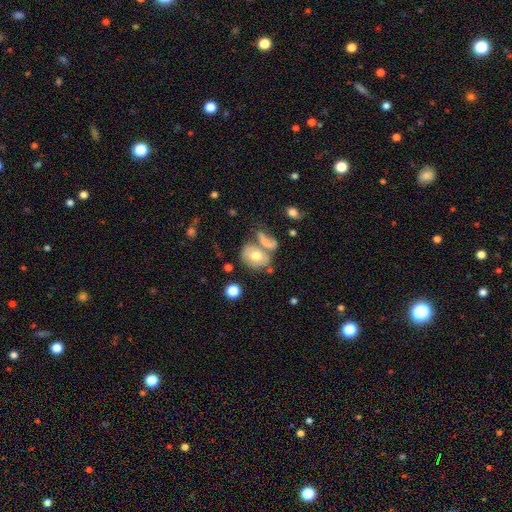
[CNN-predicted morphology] Overall: smooth (60%; featured or disk 31%). How rounded: in between (63%; round 34%). Merging: merger (36%; none 35%).